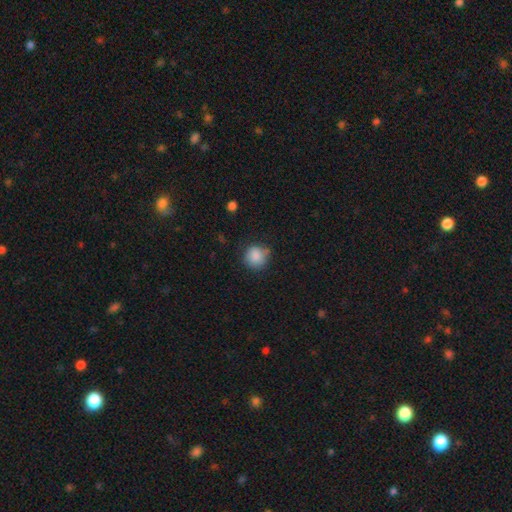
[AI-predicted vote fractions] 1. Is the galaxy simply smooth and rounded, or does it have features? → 87% smooth, 9% star or artifact, 4% featured or disk.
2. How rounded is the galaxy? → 90% round, 9% in between, 1% cigar-shaped.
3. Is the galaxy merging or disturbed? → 76% none, 16% minor disturbance, 4% major disturbance, 4% merger.